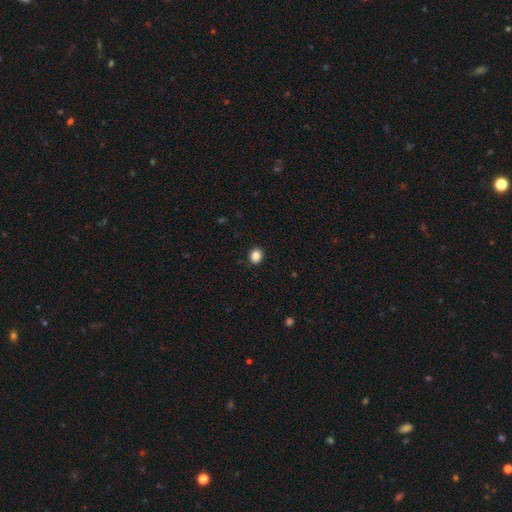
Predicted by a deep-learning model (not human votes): Smooth or featured?
  - smooth: 87% *
  - star or artifact: 10%
  - featured or disk: 3%
How rounded?
  - round: 66% *
  - in between: 33%
  - cigar-shaped: 1%
Merging?
  - none: 91% *
  - minor disturbance: 6%
  - major disturbance: 2%
  - merger: 1%